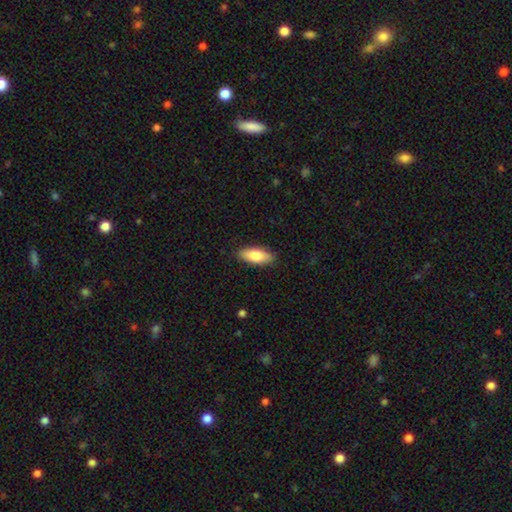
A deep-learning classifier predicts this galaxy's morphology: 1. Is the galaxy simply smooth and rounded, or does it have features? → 78% smooth, 16% featured or disk, 6% star or artifact.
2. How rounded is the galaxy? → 77% in between, 20% cigar-shaped, 2% round.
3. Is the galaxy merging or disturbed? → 88% none, 9% minor disturbance, 2% major disturbance, 1% merger.